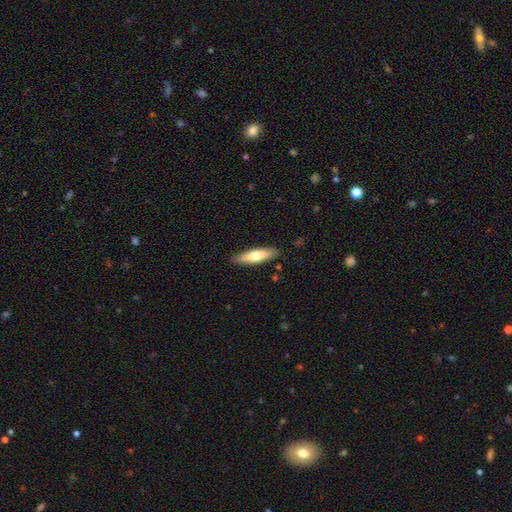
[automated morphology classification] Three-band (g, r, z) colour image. It shows a smooth galaxy with no disk features (65%) that is cigar-shaped (63%). Merging: none (88%).